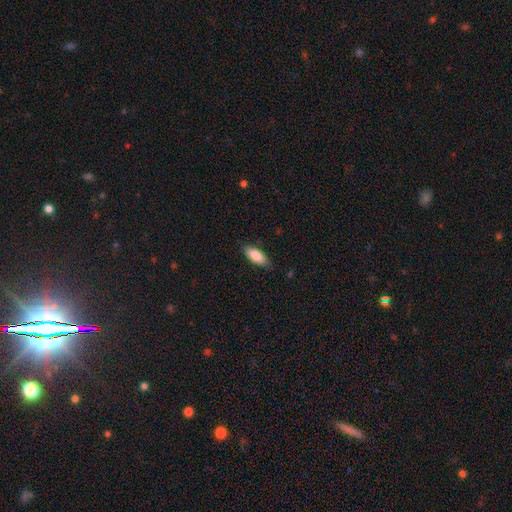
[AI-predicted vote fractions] Smooth or featured? Predicted: smooth (p=0.85). How rounded? Predicted: in between (p=0.78). Merging? Predicted: none (p=0.81).